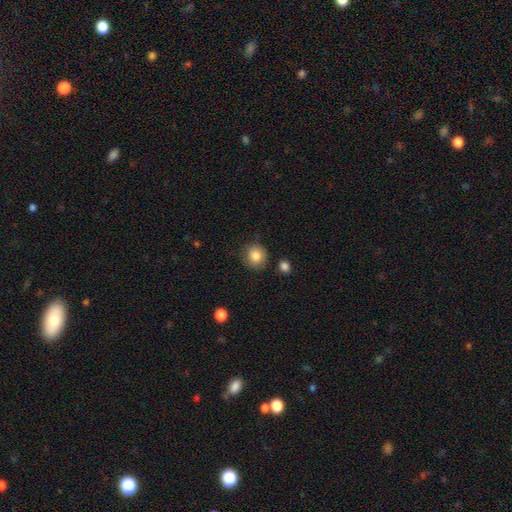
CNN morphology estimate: This is clearly a smooth galaxy (85%). How rounded: clearly round (87%). Merging: clearly none (83%).